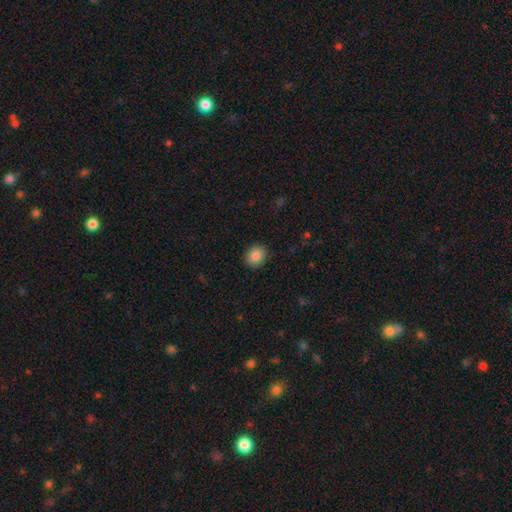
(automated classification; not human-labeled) This is clearly a smooth galaxy (85%). How rounded: likely round (65%). Merging: clearly none (91%).